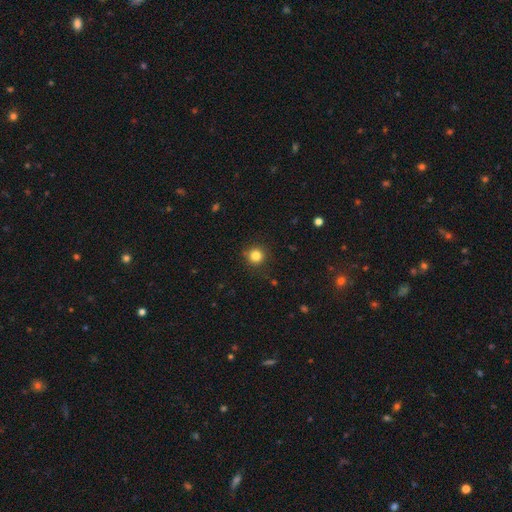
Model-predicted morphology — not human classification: Overall: smooth (83%). How rounded: round (94%). Merging: none (89%).